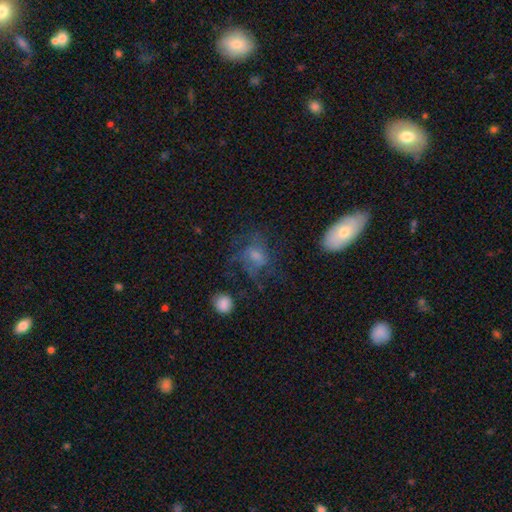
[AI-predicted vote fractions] Morphology: type=featured or disk (54%); edge-on=no (95%); bar=no (67%); spiral arms=yes (72%); bulge=moderate (41%); merging=none (59%).